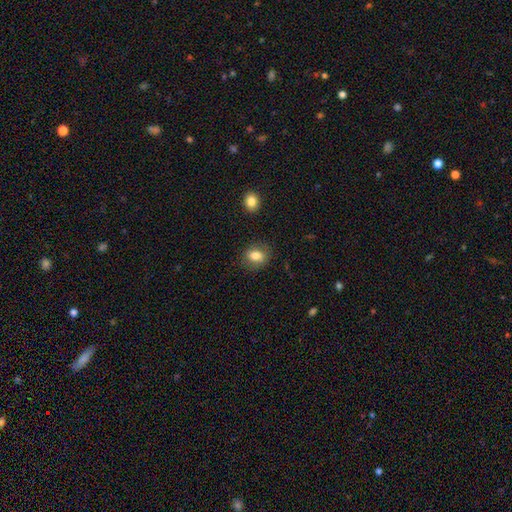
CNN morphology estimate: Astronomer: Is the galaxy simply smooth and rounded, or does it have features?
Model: smooth — 80%.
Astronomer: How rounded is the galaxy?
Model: in between — 52% (runner-up: round, 47%).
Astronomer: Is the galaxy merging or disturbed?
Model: none — 84%.